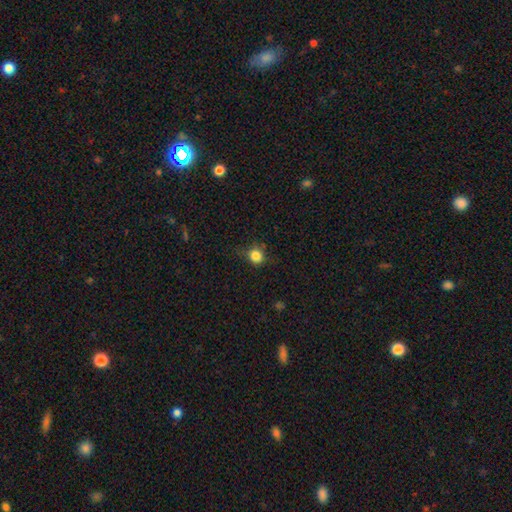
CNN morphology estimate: smooth_or_featured: smooth (p=0.83) [alt: star or artifact p=0.12]
how_rounded: round (p=0.85) [alt: in between p=0.14]
merging: none (p=0.75) [alt: minor disturbance p=0.18]